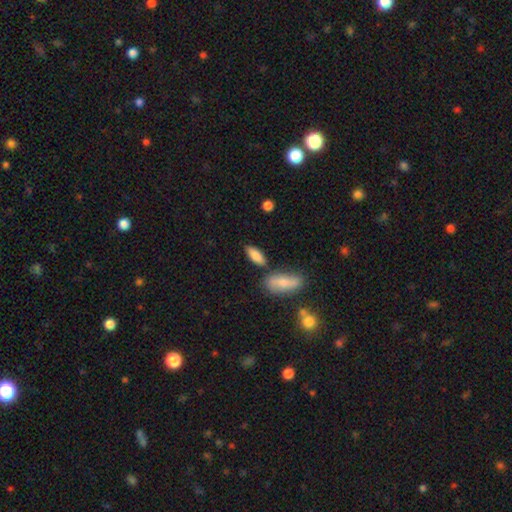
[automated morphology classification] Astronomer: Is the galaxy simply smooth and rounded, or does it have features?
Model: smooth — 83%.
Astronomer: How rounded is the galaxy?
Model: in between — 75%.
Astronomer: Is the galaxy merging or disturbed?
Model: none — 71%.